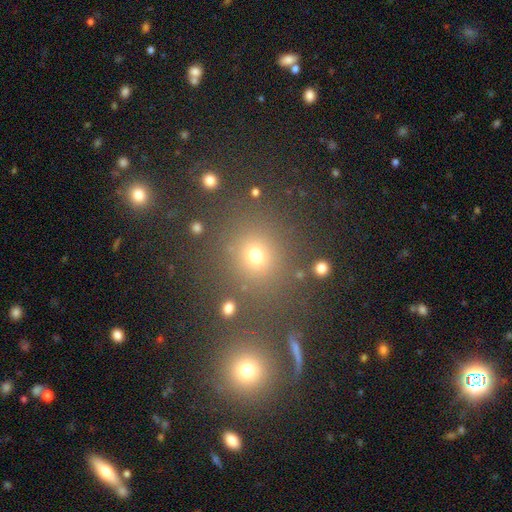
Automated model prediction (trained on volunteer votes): Morphology: type=smooth (65%); roundness=round (86%); merging=none (79%).